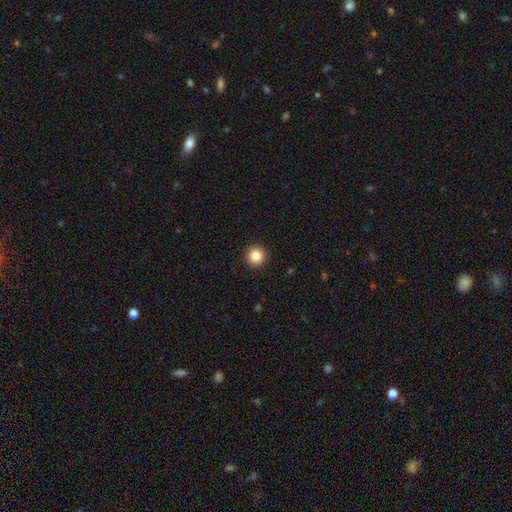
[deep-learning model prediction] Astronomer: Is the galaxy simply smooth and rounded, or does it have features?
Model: smooth — 85%.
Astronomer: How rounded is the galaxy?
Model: round — 96%.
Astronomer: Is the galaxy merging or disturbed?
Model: none — 93%.